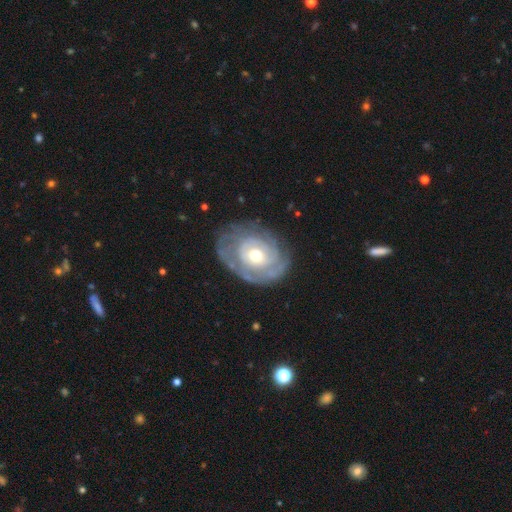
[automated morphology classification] Overall: featured or disk (77%). Edge-on disk: no (96%). Bar: no (81%). Spiral arms: yes (79%). Spiral arm count: can't tell (50%; 2 20%). Spiral winding: tight (73%). Bulge size: moderate (64%; small 28%). Merging: none (63%).